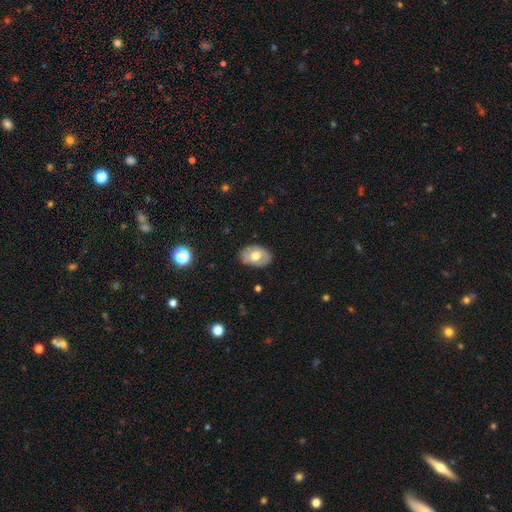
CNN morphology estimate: Smooth or featured?
  - smooth: 56% *
  - featured or disk: 37%
  - star or artifact: 7%
How rounded?
  - in between: 82% *
  - round: 17%
  - cigar-shaped: 1%
Merging?
  - none: 83% *
  - minor disturbance: 13%
  - major disturbance: 3%
  - merger: 1%